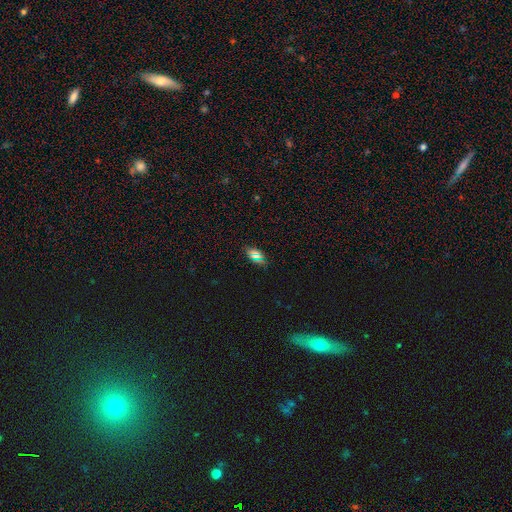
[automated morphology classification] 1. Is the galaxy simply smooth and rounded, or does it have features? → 54% smooth, 35% star or artifact, 11% featured or disk.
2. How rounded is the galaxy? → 81% in between, 11% round, 8% cigar-shaped.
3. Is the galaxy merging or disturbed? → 83% none, 11% minor disturbance, 4% major disturbance, 2% merger.